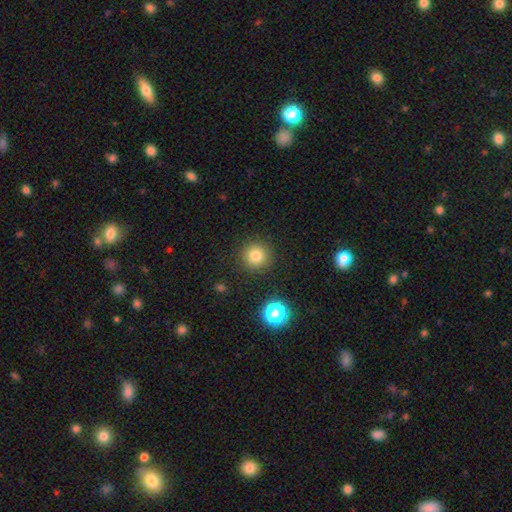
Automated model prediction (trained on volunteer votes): A smooth galaxy with no disk features (80%) that is round (95%). Merging: none (90%).